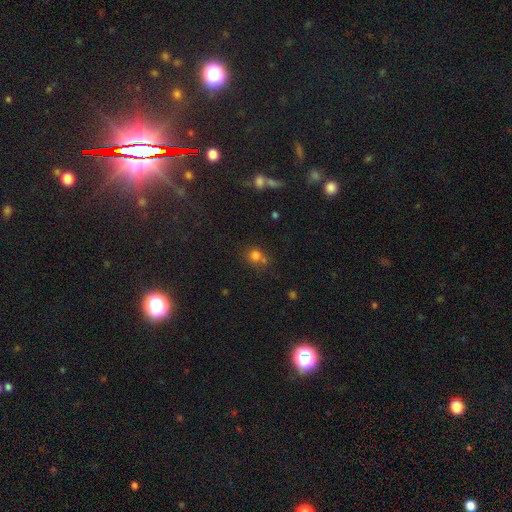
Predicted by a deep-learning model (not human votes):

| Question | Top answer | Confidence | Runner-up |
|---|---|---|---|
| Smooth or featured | smooth | 75% | star or artifact (17%) |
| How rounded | round | 82% | in between (17%) |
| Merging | none | 56% | merger (25%) |